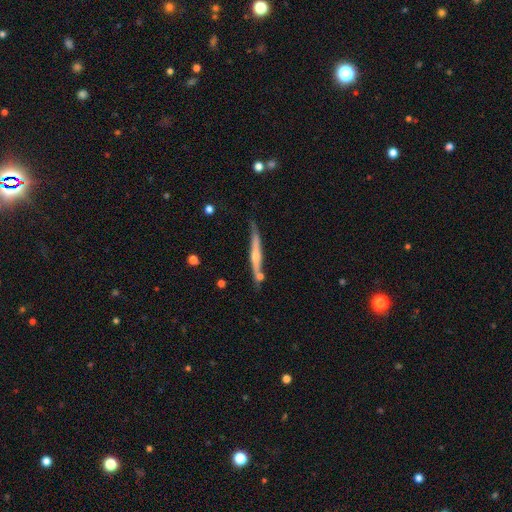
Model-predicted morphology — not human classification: The model was most divided on "smooth or featured": featured or disk: 60%, smooth: 34%, star or artifact: 6%. More confident: edge-on disk — yes (95%); merging — none (67%); edge-on bulge — rounded (64%).